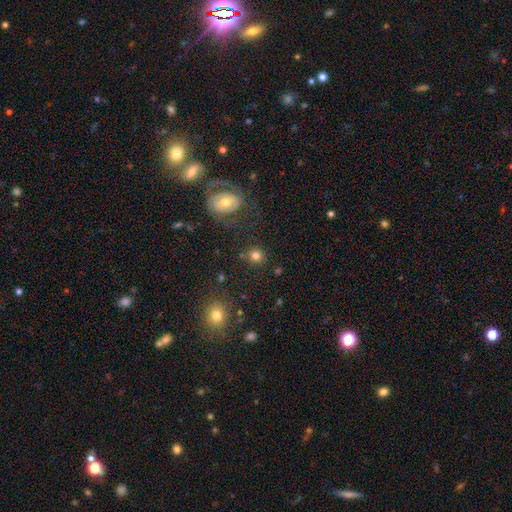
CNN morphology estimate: Overall: smooth (78%). How rounded: round (87%). Merging: none (84%).